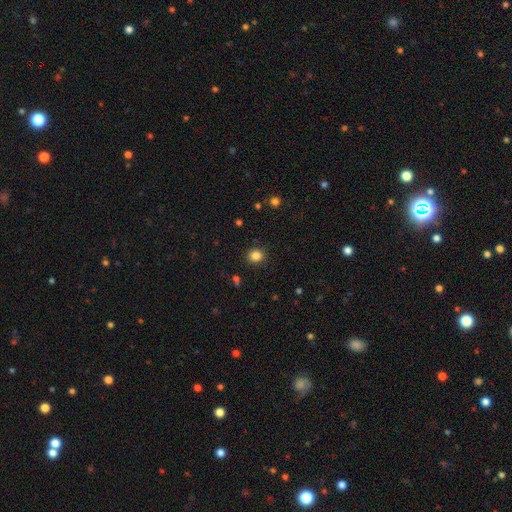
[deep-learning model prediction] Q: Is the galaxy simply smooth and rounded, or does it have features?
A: smooth — 84%.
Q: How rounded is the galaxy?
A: round — 77%.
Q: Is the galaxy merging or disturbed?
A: none — 90%.